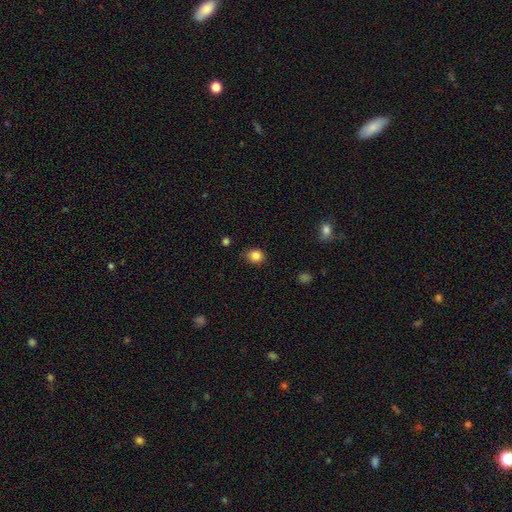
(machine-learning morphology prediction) Q: Smooth or featured?
A: smooth (84%); runner-up: star or artifact (11%)
Q: How rounded?
A: round (67%); runner-up: in between (32%)
Q: Merging?
A: none (83%); runner-up: minor disturbance (13%)